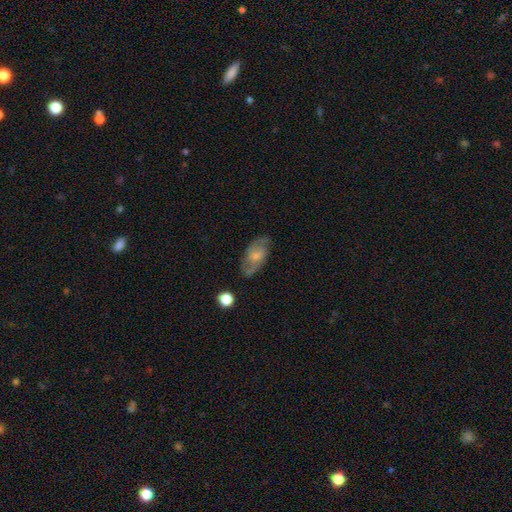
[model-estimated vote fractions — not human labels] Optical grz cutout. It shows a featured or disk galaxy (62%) with no bar (60%), spiral arms (84%) and a small central bulge (54%). Merging: none (71%).